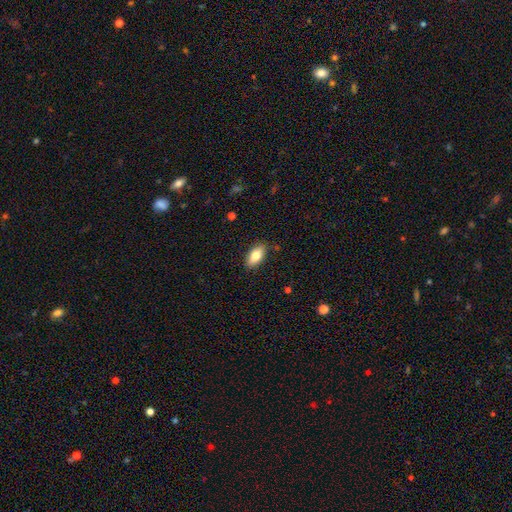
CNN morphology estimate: Smooth or featured? smooth (78%)
How rounded? in between (89%)
Merging? none (86%)